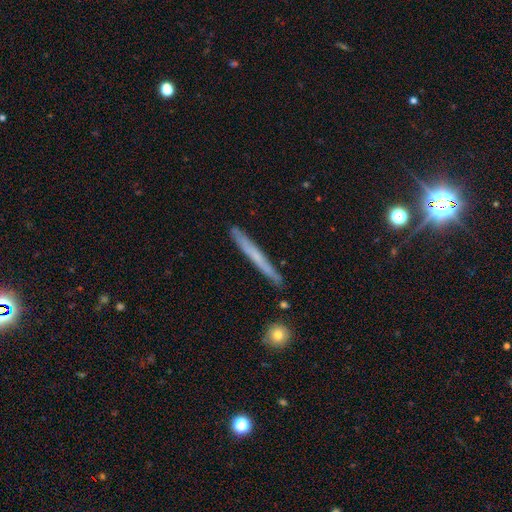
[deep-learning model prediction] smooth 50%, featured or disk 43%, star or artifact 7%. Down the decision tree: merging — none (87%).